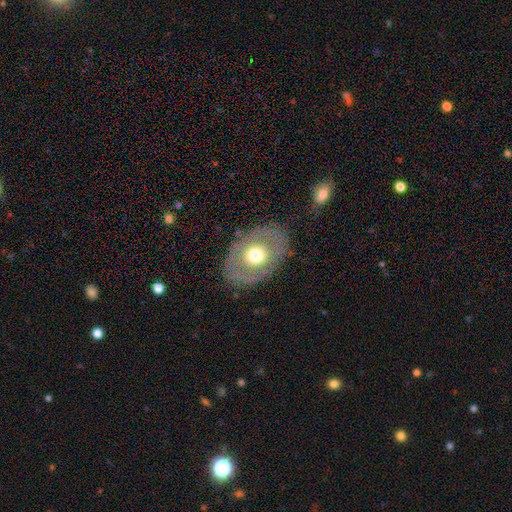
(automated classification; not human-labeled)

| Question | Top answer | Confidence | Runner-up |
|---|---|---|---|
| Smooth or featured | smooth | 48% | featured or disk (46%) |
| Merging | none | 81% | minor disturbance (12%) |